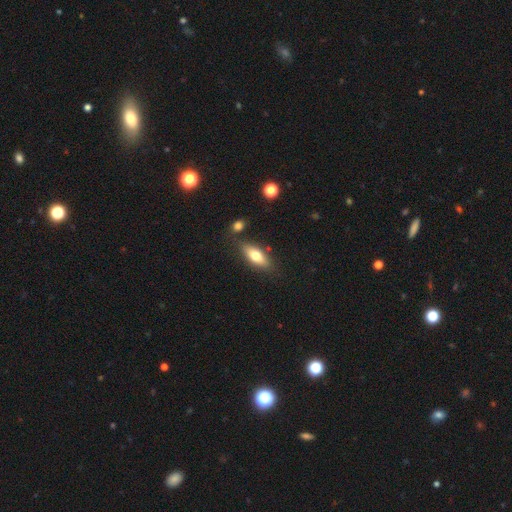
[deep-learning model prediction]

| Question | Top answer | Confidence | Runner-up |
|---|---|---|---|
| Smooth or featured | smooth | 68% | featured or disk (25%) |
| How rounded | in between | 72% | cigar-shaped (25%) |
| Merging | none | 77% | minor disturbance (14%) |